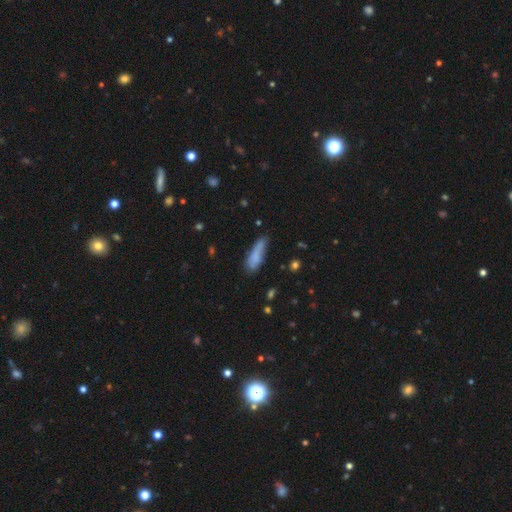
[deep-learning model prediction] smooth-or-featured: smooth: 75% | featured or disk: 17% | star or artifact: 8%
  how-rounded: cigar-shaped: 59% | in between: 39% | round: 2%
  merging: none: 50% | minor disturbance: 31% | major disturbance: 12% | merger: 7%